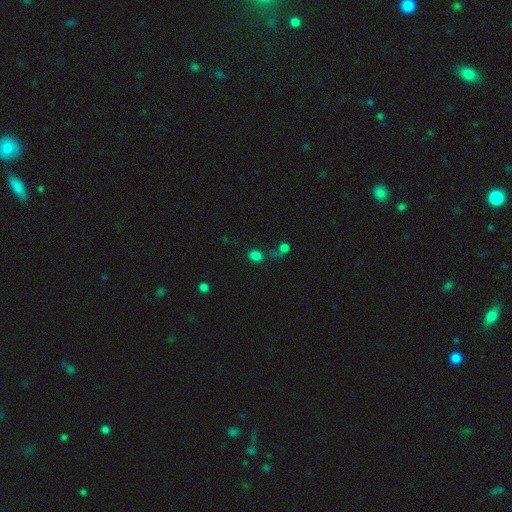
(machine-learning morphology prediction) Smooth or featured?
  - smooth: 78% *
  - star or artifact: 16%
  - featured or disk: 7%
How rounded?
  - round: 60% *
  - in between: 38%
  - cigar-shaped: 2%
Merging?
  - none: 47% *
  - merger: 29%
  - minor disturbance: 12%
  - major disturbance: 11%